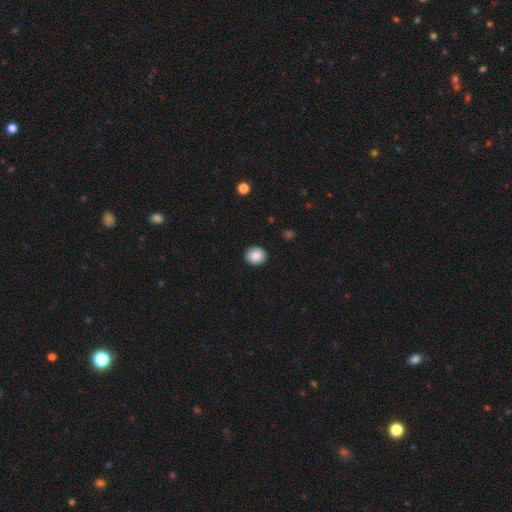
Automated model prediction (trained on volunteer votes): Smooth or featured: smooth — 88% (star or artifact — 8%)
How rounded: round — 84% (in between — 15%)
Merging: none — 91% (minor disturbance — 6%)